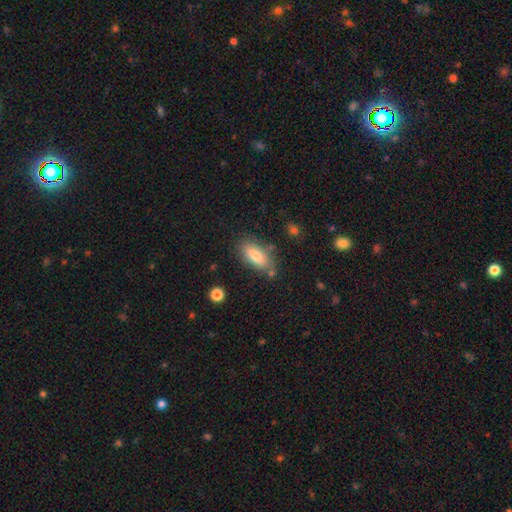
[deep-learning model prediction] Overall: smooth (78%). How rounded: in between (80%). Merging: none (73%).